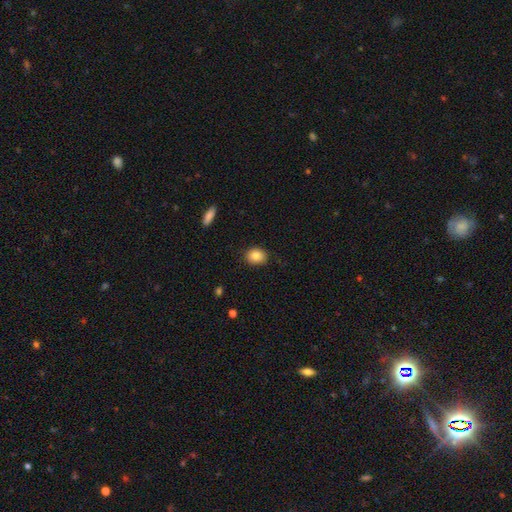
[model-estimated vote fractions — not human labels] Smooth or featured? smooth (85%)
How rounded? round (50%)
Merging? none (84%)